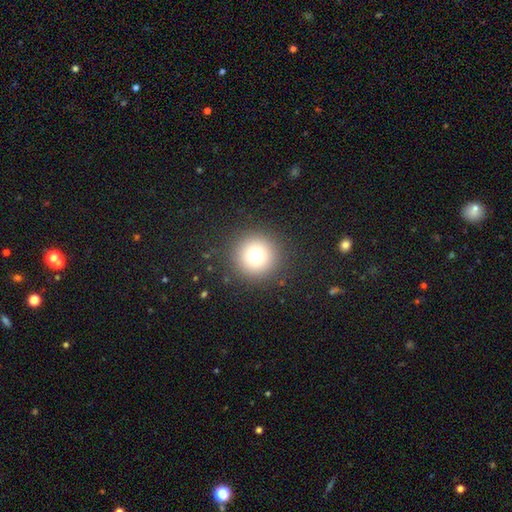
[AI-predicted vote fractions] Smooth or featured?
  - smooth: 76% *
  - star or artifact: 14%
  - featured or disk: 10%
How rounded?
  - round: 96% *
  - in between: 3%
  - cigar-shaped: 1%
Merging?
  - none: 90% *
  - minor disturbance: 6%
  - major disturbance: 3%
  - merger: 1%